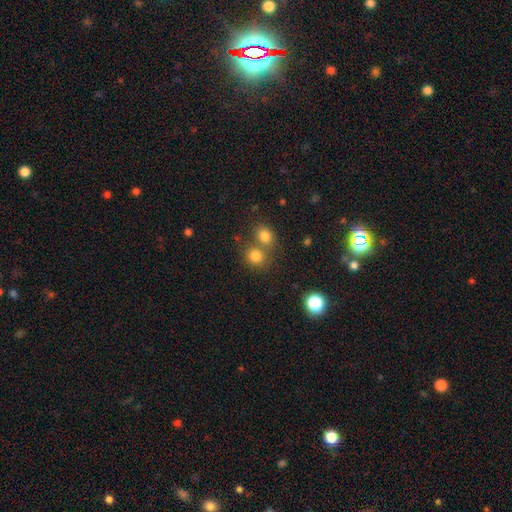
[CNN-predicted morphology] A smooth galaxy with no disk features (79%) that is round (77%). Merging: none (49%).